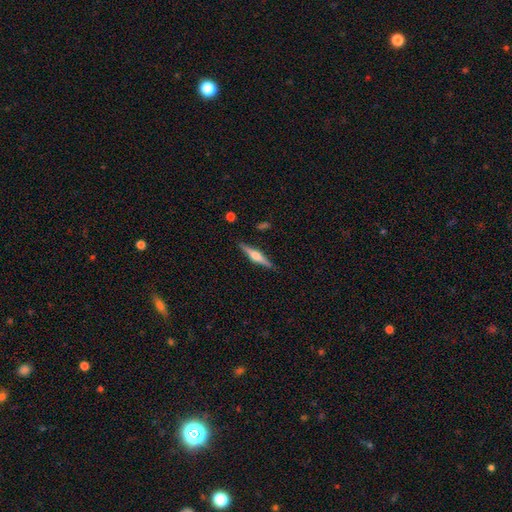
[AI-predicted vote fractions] A featured or disk galaxy (70%) viewed edge-on (98%) with a rounded central bulge (91%).

Vote fractions:
- Smooth or featured? featured or disk: 70% / smooth: 25% / star or artifact: 6%
- Edge-on disk? yes: 98% / no: 2%
- Edge-on bulge? rounded: 91% / boxy: 6% / none: 3%
- Merging? none: 90% / minor disturbance: 7% / major disturbance: 2% / merger: 1%